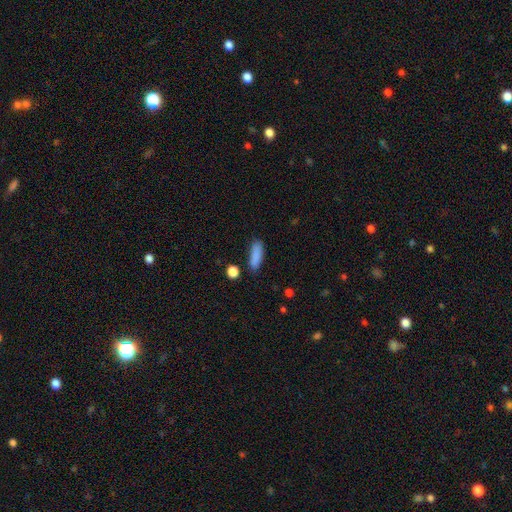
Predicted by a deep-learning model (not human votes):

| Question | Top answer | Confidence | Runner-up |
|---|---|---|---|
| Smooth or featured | smooth | 87% | star or artifact (8%) |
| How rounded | in between | 51% | cigar-shaped (47%) |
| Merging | none | 80% | minor disturbance (13%) |